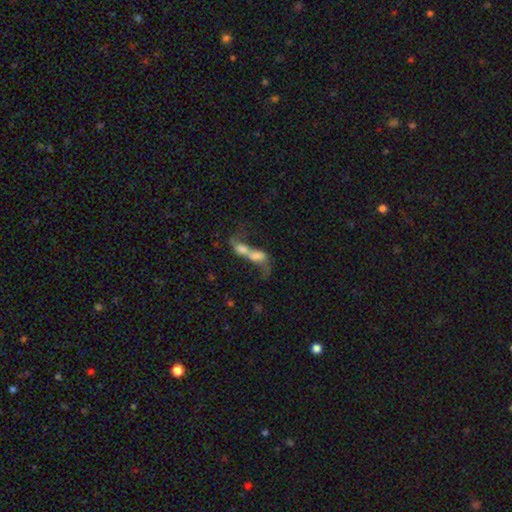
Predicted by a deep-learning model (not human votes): Smooth or featured?
  - smooth: 45% *
  - featured or disk: 43%
  - star or artifact: 12%
Merging?
  - merger: 77% *
  - major disturbance: 10%
  - none: 9%
  - minor disturbance: 4%